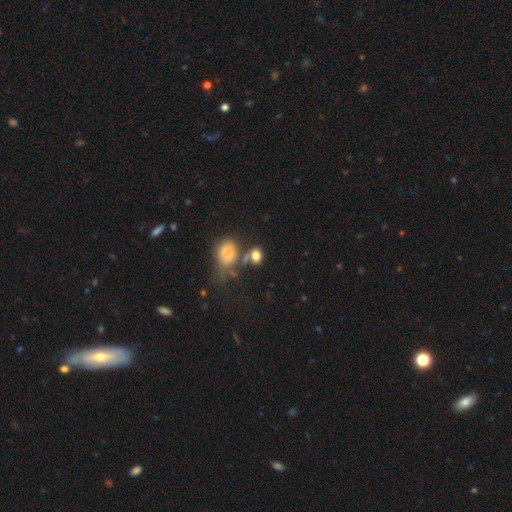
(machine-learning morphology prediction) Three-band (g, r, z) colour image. It shows a smooth galaxy with no disk features (78%) that is in between round and cigar-shaped (52%). Merging: none (51%).